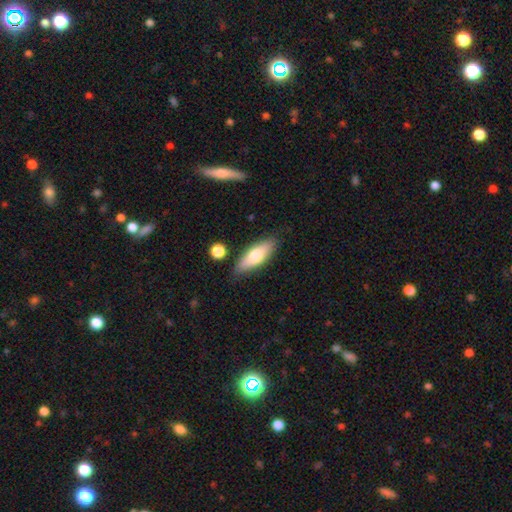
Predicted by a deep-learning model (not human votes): Morphology: type=smooth (69%); roundness=in between (64%); merging=none (81%).